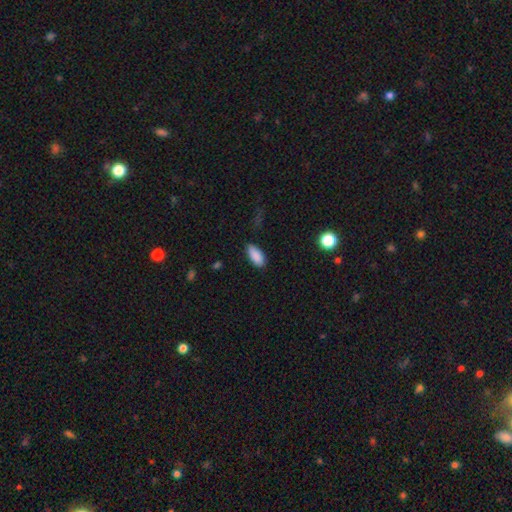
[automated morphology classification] Smooth or featured? smooth (89%)
How rounded? in between (90%)
Merging? none (85%)